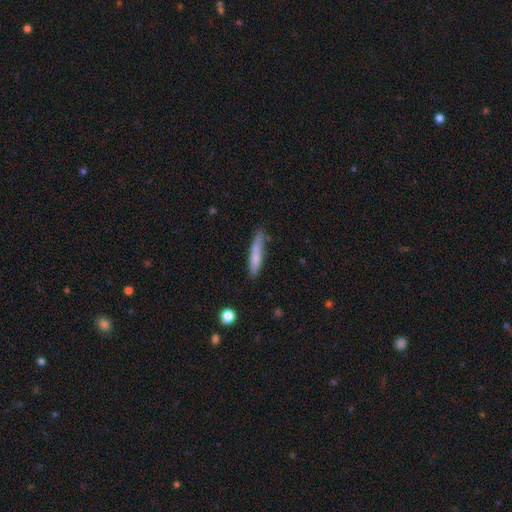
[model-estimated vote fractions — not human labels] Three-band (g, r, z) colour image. It shows a smooth galaxy with no disk features (70%) that is cigar-shaped (89%). Merging: none (68%).